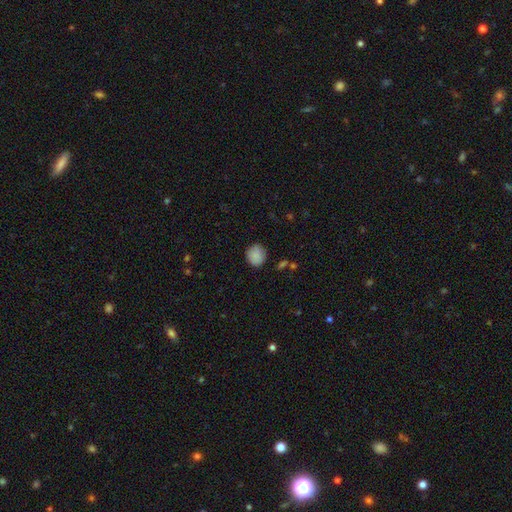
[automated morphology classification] Q: Smooth or featured?
A: smooth (87%); runner-up: star or artifact (8%)
Q: How rounded?
A: round (84%); runner-up: in between (15%)
Q: Merging?
A: none (84%); runner-up: minor disturbance (12%)